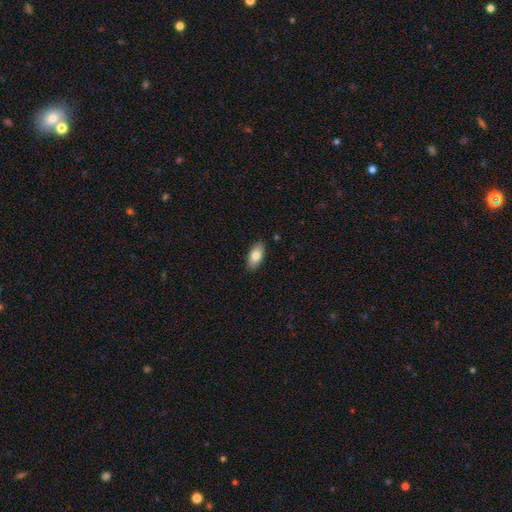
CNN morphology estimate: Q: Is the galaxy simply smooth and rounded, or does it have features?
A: smooth — 80%.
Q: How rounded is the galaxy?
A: in between — 91%.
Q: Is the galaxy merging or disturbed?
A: none — 89%.